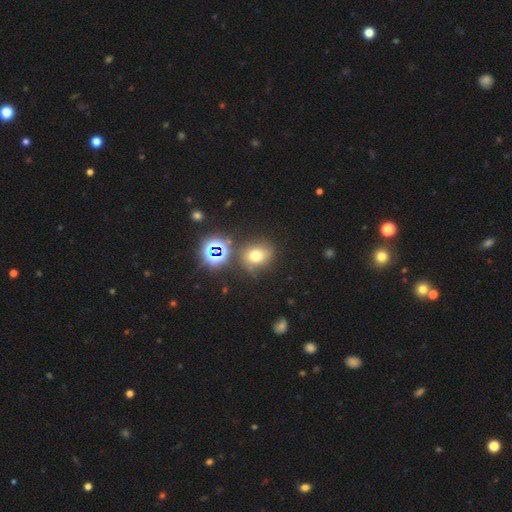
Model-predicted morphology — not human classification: This is likely a smooth galaxy (64%). How rounded: likely round (61%). Merging: likely none (73%).